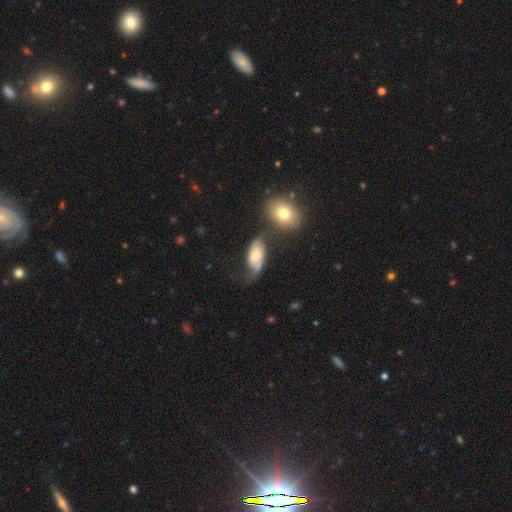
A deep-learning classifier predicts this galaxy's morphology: smooth_or_featured: featured or disk (p=0.52) [alt: smooth p=0.40]
disk_edge_on: no (p=0.92) [alt: yes p=0.08]
merging: none (p=0.42) [alt: minor disturbance p=0.24]